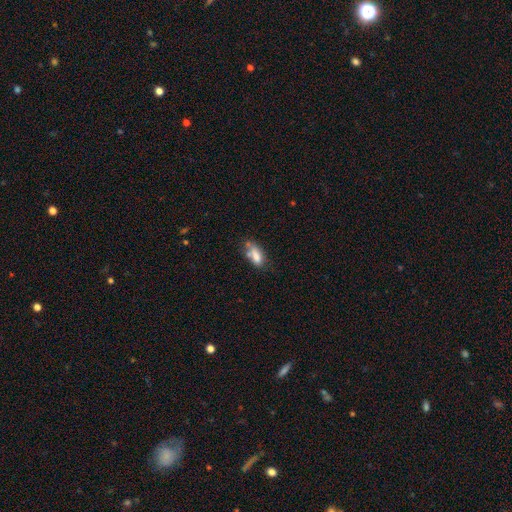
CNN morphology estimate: type=smooth (74%); roundness=in between (82%); merging=none (41%).